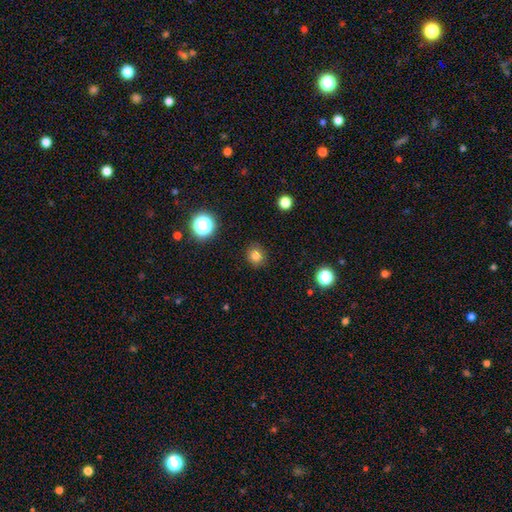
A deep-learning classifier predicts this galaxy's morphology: Smooth or featured? smooth (80%)
How rounded? round (85%)
Merging? none (88%)